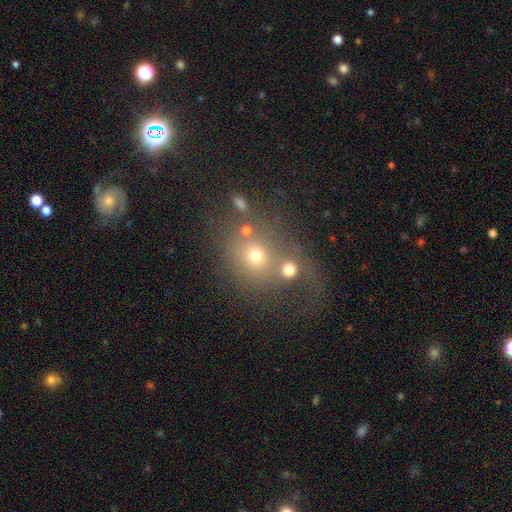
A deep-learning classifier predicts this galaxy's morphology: type=smooth (58%); roundness=round (75%); merging=merger (43%).